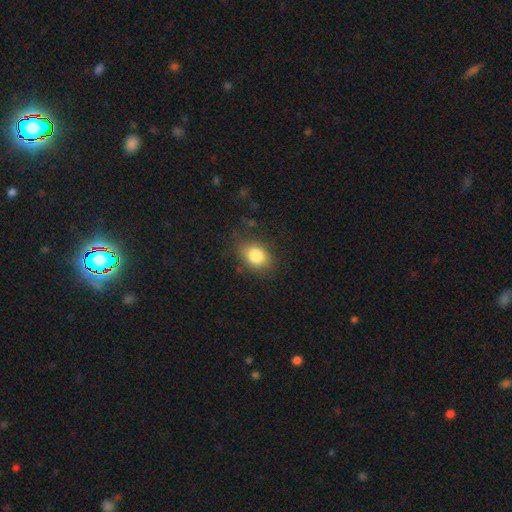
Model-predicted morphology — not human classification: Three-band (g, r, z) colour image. It shows a smooth galaxy with no disk features (82%) that is in between round and cigar-shaped (64%). Merging: none (78%).